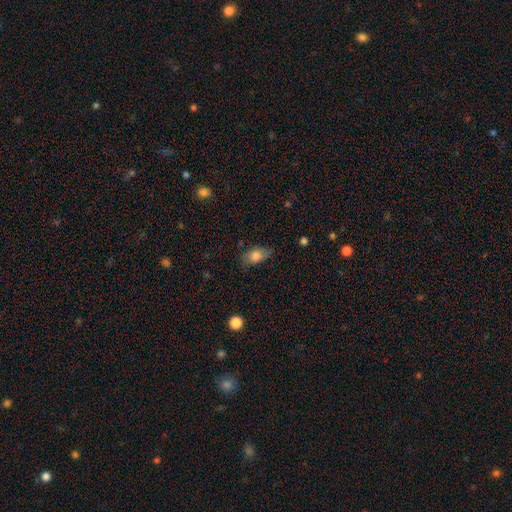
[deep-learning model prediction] smooth_or_featured: smooth (p=0.76) [alt: featured or disk p=0.15]
how_rounded: in between (p=0.85) [alt: round p=0.10]
merging: none (p=0.66) [alt: minor disturbance p=0.26]